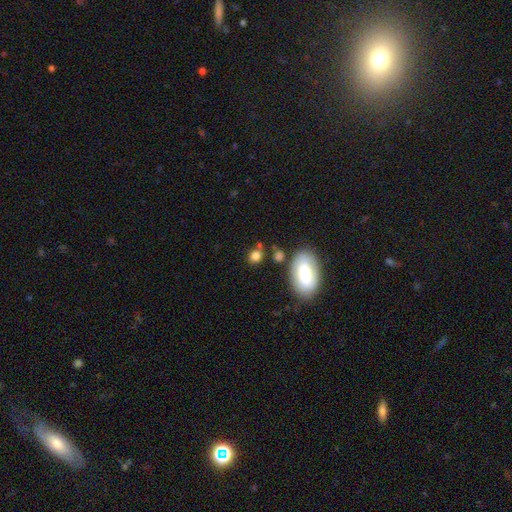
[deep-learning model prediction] The model was most divided on "how rounded": round: 51%, in between: 46%, cigar-shaped: 3%. More confident: smooth or featured — smooth (82%); merging — none (69%).